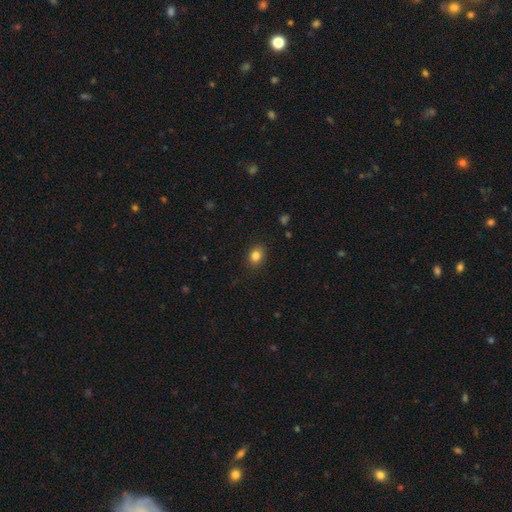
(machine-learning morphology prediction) A smooth galaxy with no disk features (84%) that is round (52%).

Vote fractions:
- Smooth or featured? smooth: 84% / star or artifact: 11% / featured or disk: 5%
- How rounded? round: 52% / in between: 47% / cigar-shaped: 1%
- Merging? none: 88% / minor disturbance: 8% / major disturbance: 2% / merger: 1%